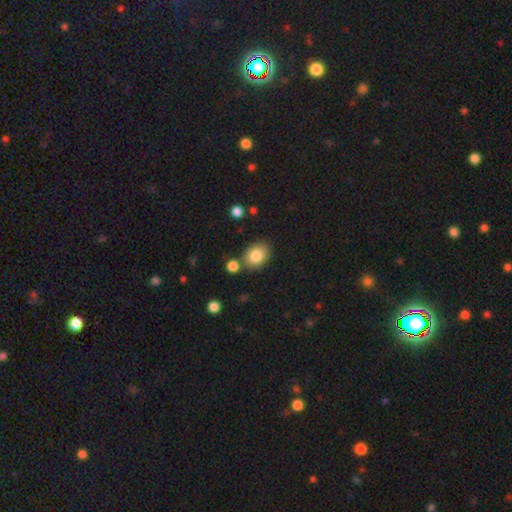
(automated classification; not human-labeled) Morphology: type=smooth (82%); roundness=in between (69%); merging=none (76%).